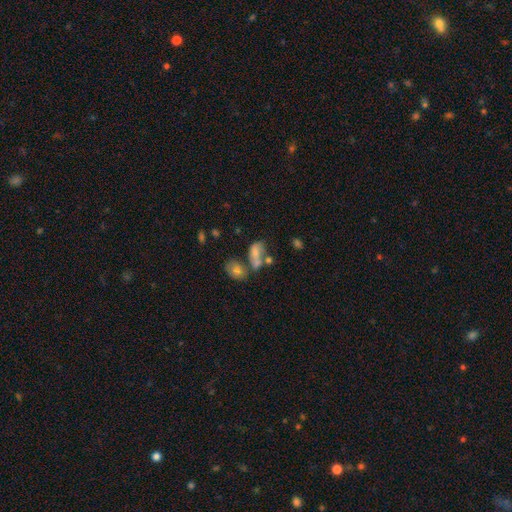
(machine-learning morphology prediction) This is likely a smooth galaxy (67%). How rounded: clearly in between (84%). Merging: possibly merger (48%).